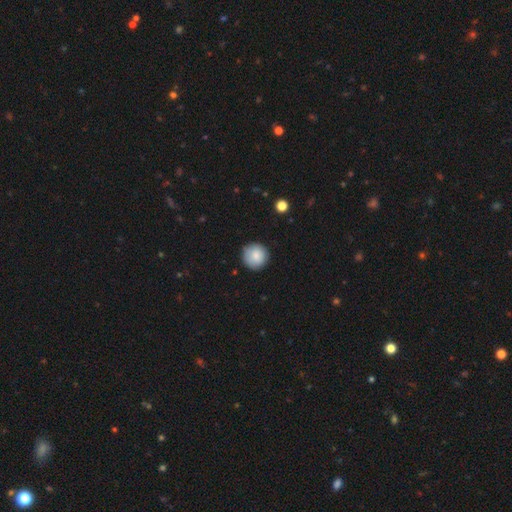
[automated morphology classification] smooth_or_featured: smooth (p=0.84) [alt: featured or disk p=0.08]
how_rounded: round (p=0.95) [alt: in between p=0.04]
merging: none (p=0.86) [alt: minor disturbance p=0.11]